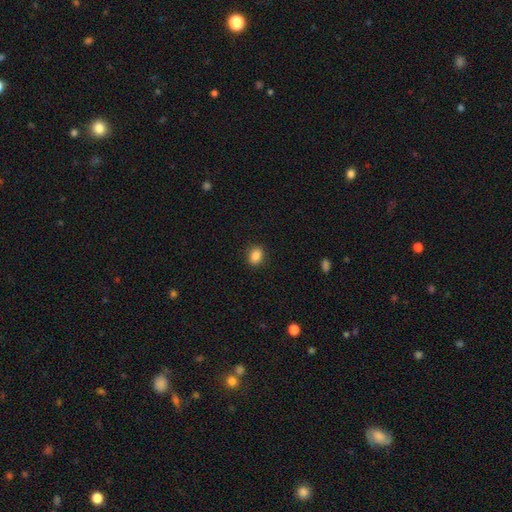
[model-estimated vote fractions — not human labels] Smooth or featured? smooth (87%)
How rounded? in between (64%)
Merging? none (89%)